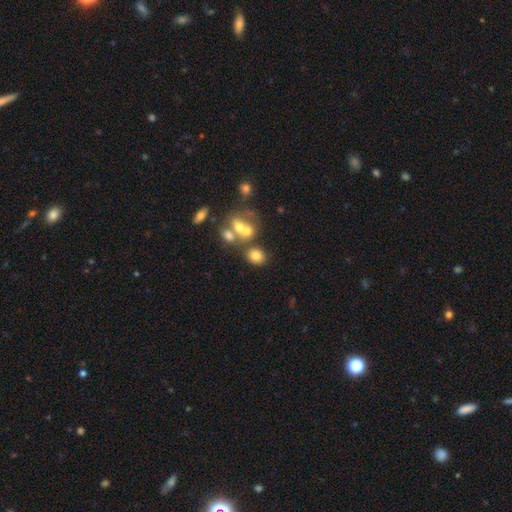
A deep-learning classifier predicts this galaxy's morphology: This appears to be a smooth galaxy with no disk features (74%) that is round (57%). Merging: none (57%).